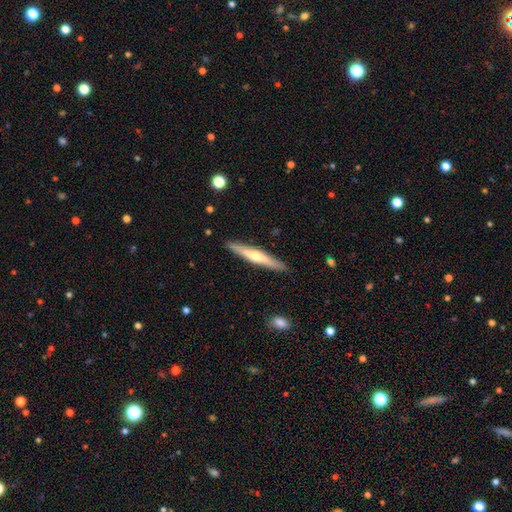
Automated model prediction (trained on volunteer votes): A featured or disk galaxy (59%) viewed edge-on (96%) with a rounded central bulge (85%). Merging: none (91%).